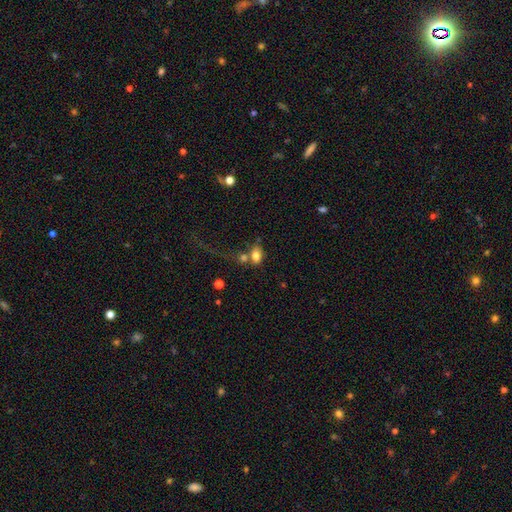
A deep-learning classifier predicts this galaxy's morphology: smooth-or-featured: smooth: 79% | featured or disk: 11% | star or artifact: 10%
  how-rounded: in between: 79% | round: 19% | cigar-shaped: 2%
  merging: none: 41% | merger: 37% | minor disturbance: 12% | major disturbance: 10%